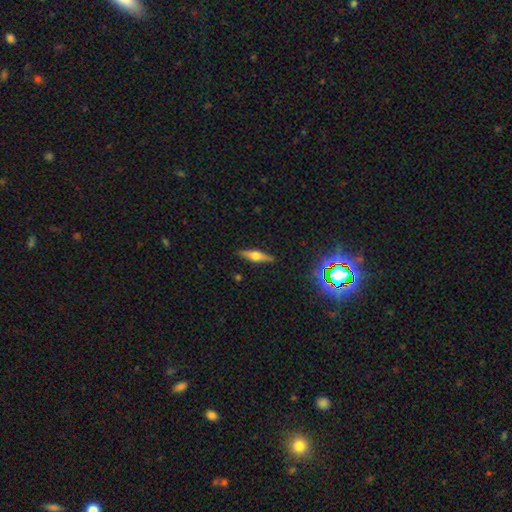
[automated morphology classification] smooth-or-featured: featured or disk: 65% | smooth: 27% | star or artifact: 8%
  disk-edge-on: yes: 96% | no: 4%
    edge-on-bulge: rounded: 92% | boxy: 7% | none: 2%
  merging: none: 89% | minor disturbance: 8% | major disturbance: 2% | merger: 1%